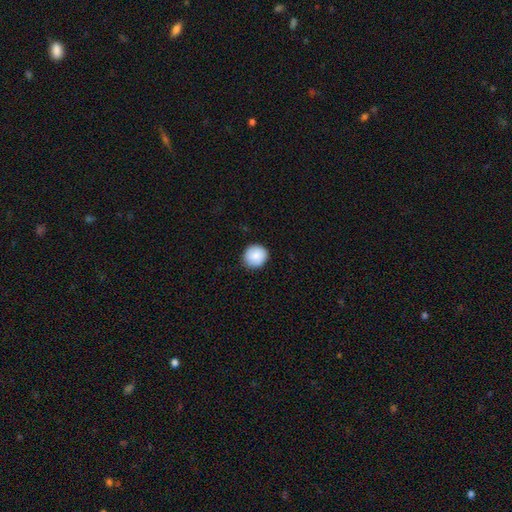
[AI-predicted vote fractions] The model was most divided on "merging": none: 89%, minor disturbance: 8%, major disturbance: 2%, merger: 1%. More confident: how rounded — round (91%); smooth or featured — smooth (88%).